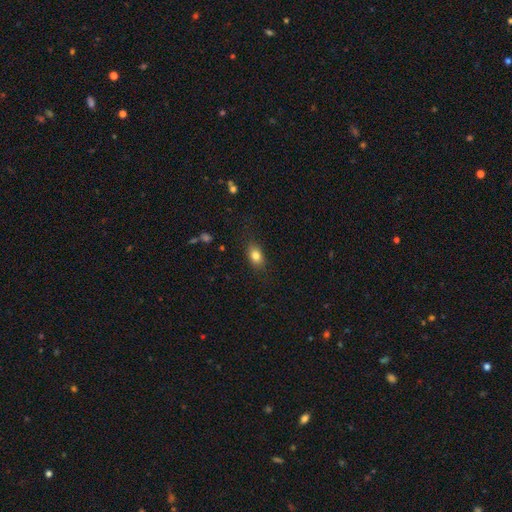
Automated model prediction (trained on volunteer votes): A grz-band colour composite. It shows a smooth galaxy with no disk features (81%) that is in between round and cigar-shaped (80%). Merging: none (83%).